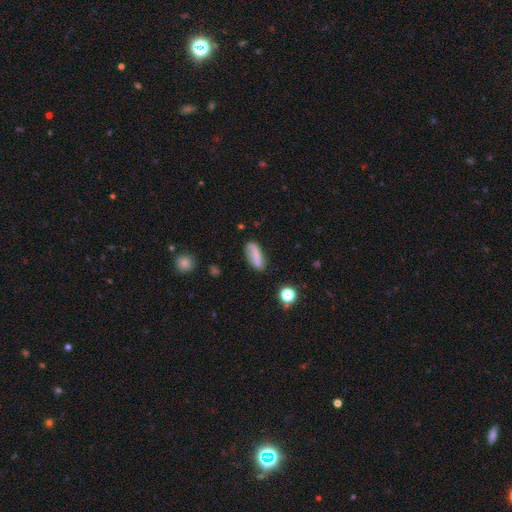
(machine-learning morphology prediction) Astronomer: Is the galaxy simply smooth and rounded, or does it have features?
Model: smooth — 63%.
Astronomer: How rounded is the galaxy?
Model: in between — 67%.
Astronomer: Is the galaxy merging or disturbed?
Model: none — 67%.